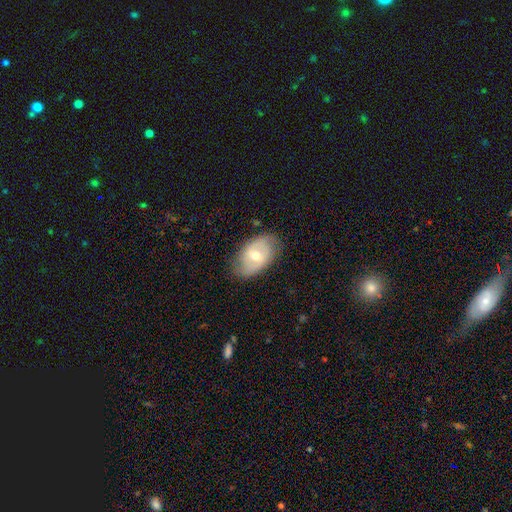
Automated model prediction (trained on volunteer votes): This is possibly a featured or disk galaxy (49%). Merging: likely none (76%).